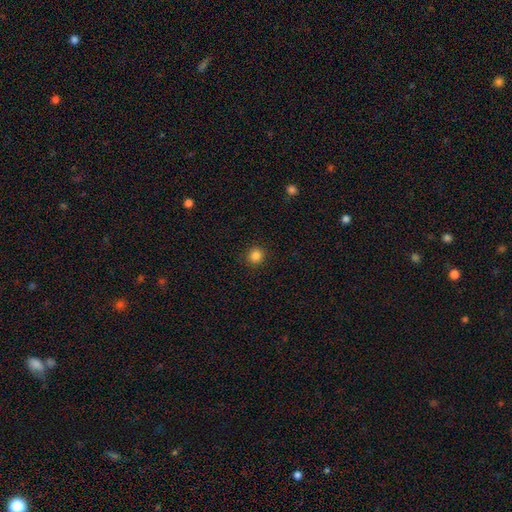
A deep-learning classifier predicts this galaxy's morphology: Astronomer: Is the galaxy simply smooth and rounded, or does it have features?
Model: smooth — 85%.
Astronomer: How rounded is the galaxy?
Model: round — 93%.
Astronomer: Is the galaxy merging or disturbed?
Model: none — 91%.